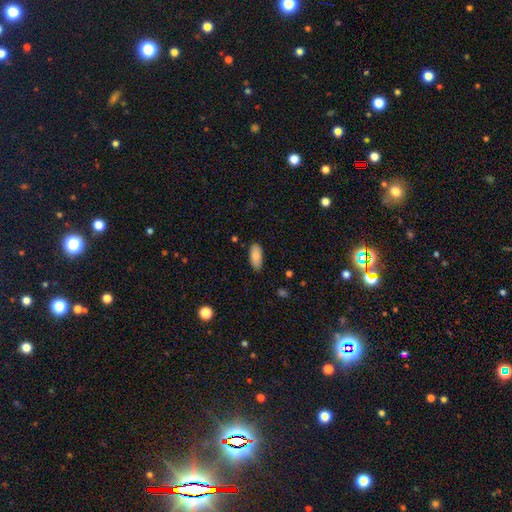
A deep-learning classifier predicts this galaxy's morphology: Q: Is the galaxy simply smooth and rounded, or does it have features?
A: smooth — 86%.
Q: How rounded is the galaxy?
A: in between — 89%.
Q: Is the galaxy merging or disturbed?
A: none — 83%.